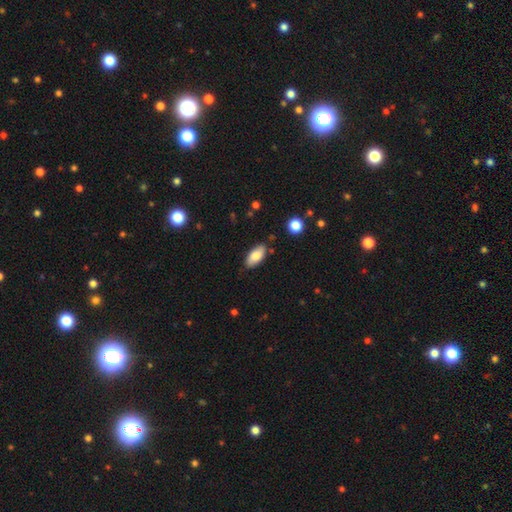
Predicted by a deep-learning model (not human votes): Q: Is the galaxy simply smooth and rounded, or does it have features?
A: smooth — 81%.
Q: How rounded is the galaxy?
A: in between — 91%.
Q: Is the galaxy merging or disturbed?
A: none — 81%.